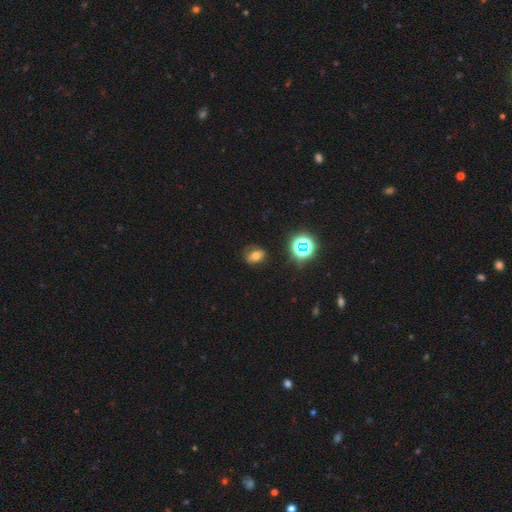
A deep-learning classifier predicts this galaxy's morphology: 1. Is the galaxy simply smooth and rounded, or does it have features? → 58% smooth, 25% star or artifact, 17% featured or disk.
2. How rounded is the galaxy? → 65% in between, 33% round, 2% cigar-shaped.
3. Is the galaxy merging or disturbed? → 77% none, 16% minor disturbance, 5% major disturbance, 2% merger.